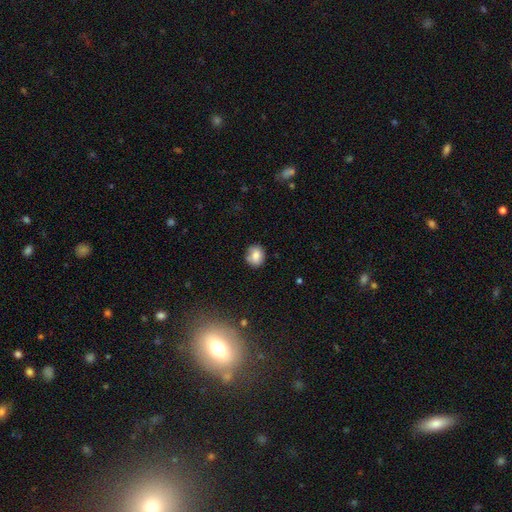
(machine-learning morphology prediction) smooth-or-featured: smooth: 79% | featured or disk: 12% | star or artifact: 9%
  how-rounded: round: 75% | in between: 24% | cigar-shaped: 1%
  merging: none: 76% | minor disturbance: 18% | major disturbance: 4% | merger: 3%